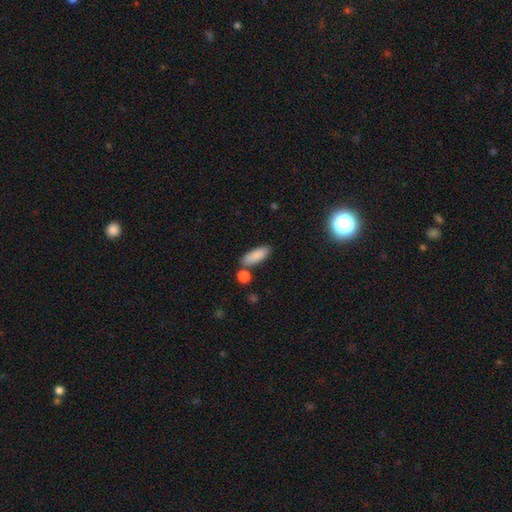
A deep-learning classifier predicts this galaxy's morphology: This appears to be a smooth galaxy with no disk features (86%) that is in between round and cigar-shaped (72%). Merging: none (75%).